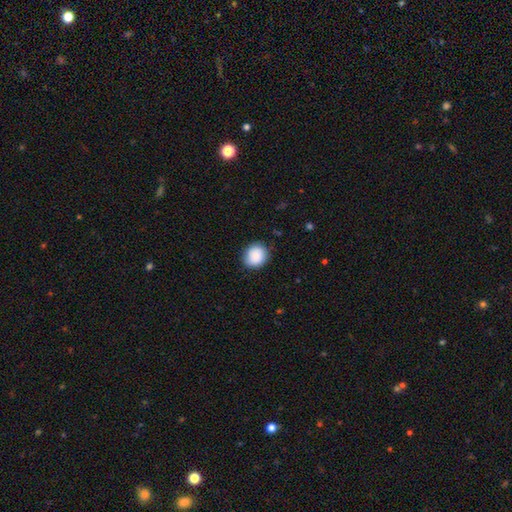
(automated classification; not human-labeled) Smooth or featured? smooth (89%)
How rounded? round (74%)
Merging? none (86%)